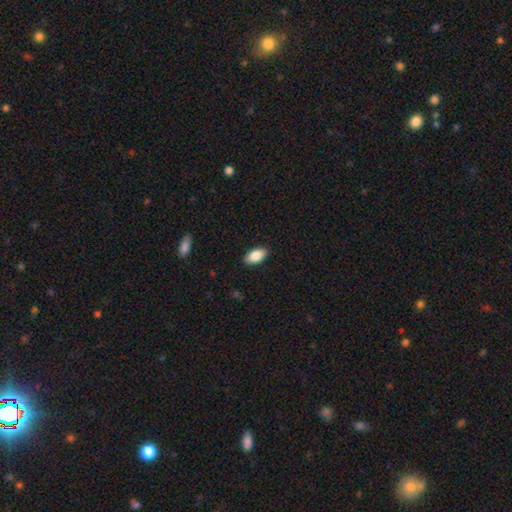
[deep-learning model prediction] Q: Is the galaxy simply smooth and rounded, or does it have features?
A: smooth — 86%.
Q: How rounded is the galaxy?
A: in between — 93%.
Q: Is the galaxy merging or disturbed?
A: none — 88%.